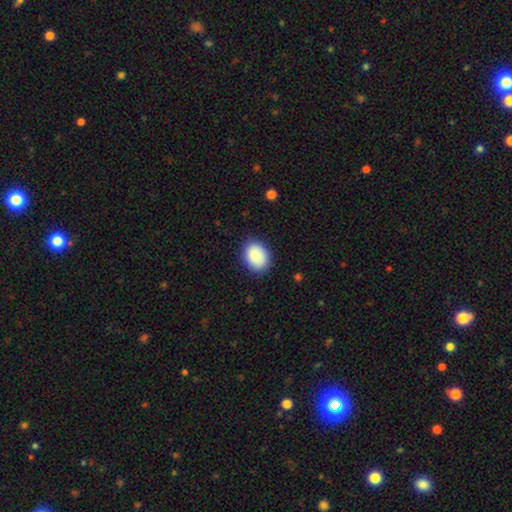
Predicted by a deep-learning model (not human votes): smooth 88%, star or artifact 7%, featured or disk 5%. Down the decision tree: how rounded — in between (63%); merging — none (85%).